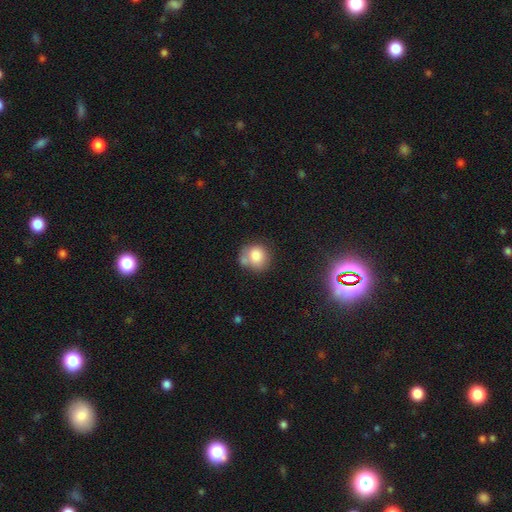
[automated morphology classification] Smooth or featured: smooth — 80% (featured or disk — 11%)
How rounded: round — 79% (in between — 20%)
Merging: none — 47% (merger — 24%)